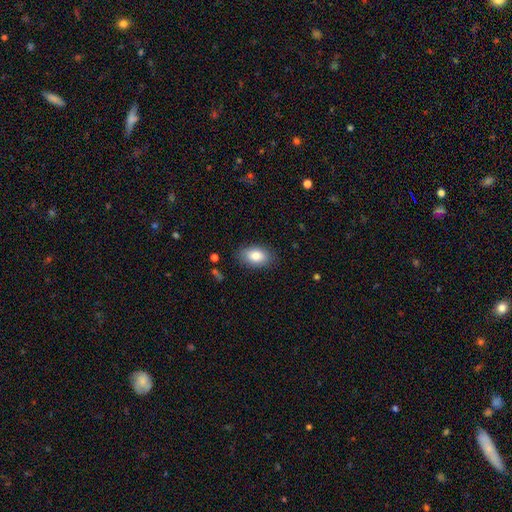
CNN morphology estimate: Smooth or featured? Predicted: smooth (p=0.84). How rounded? Predicted: in between (p=0.89). Merging? Predicted: none (p=0.84).